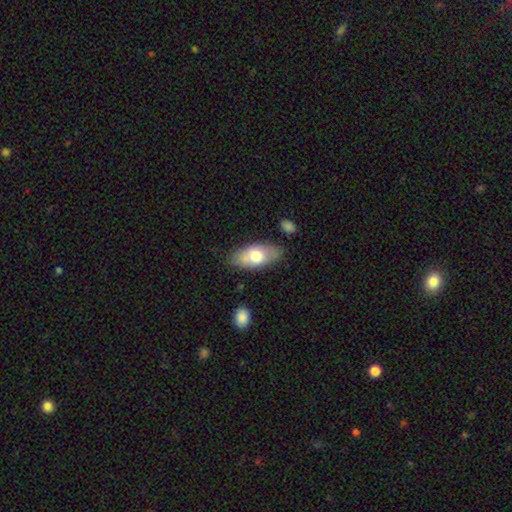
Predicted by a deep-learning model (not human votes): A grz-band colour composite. It shows a smooth galaxy with no disk features (68%) that is in between round and cigar-shaped (89%). Merging: none (79%).